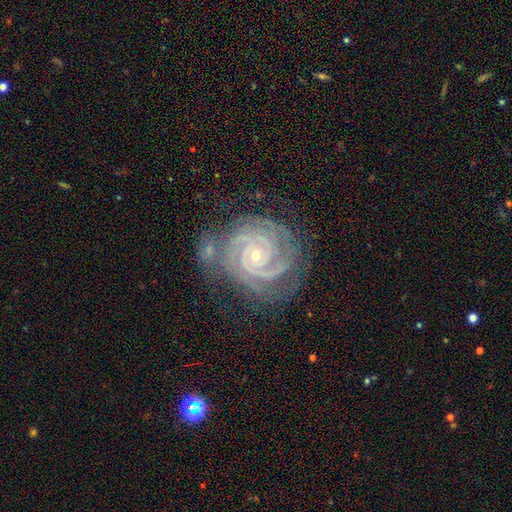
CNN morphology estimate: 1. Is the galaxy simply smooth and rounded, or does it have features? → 93% featured or disk, 5% star or artifact, 2% smooth.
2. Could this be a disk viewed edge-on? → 98% no, 2% yes.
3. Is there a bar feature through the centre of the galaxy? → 70% no, 19% weak, 10% strong.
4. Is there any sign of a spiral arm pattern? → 99% yes, 1% no.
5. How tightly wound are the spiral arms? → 84% tight, 14% medium, 2% loose.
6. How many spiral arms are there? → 32% 3, 31% 2, 16% 4, 9% can't tell, 6% more than 4, 5% 1.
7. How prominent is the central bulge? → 74% small, 23% moderate, 1% large, 1% none, 1% dominant.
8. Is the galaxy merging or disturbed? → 67% none, 19% minor disturbance, 7% major disturbance, 7% merger.